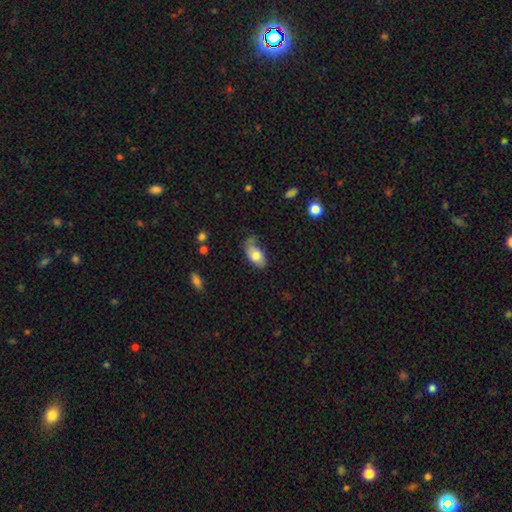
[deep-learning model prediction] This is likely a smooth galaxy (73%). How rounded: clearly in between (93%). Merging: possibly none (50%).